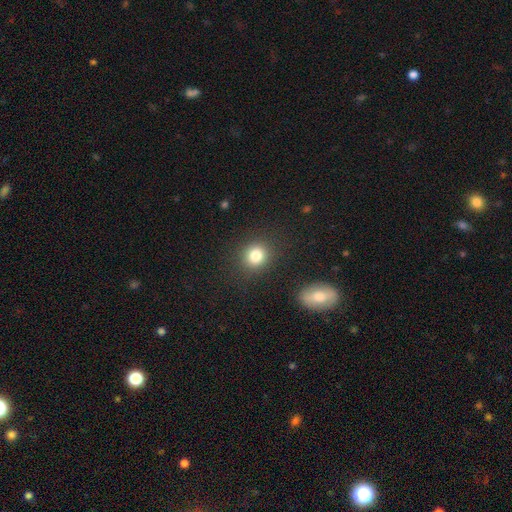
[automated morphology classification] smooth-or-featured: smooth: 82% | star or artifact: 12% | featured or disk: 7%
  how-rounded: round: 83% | in between: 16% | cigar-shaped: 1%
  merging: none: 88% | minor disturbance: 7% | major disturbance: 3% | merger: 2%